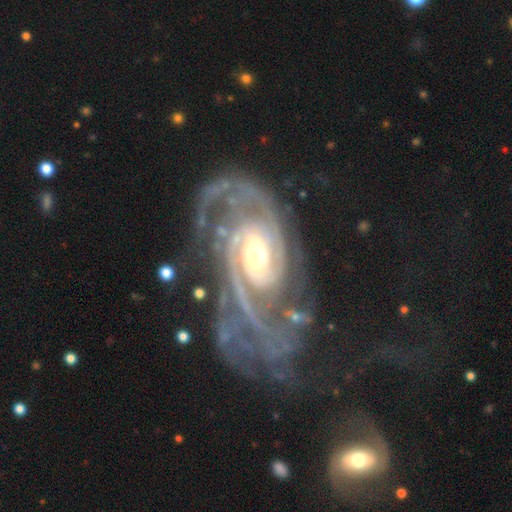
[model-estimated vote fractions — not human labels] This is clearly a featured or disk galaxy (92%). It is clearly not viewed edge-on (97%). Bar: possibly no (53%). Spiral arm pattern: clearly yes (98%). Spiral arm count: marginally 2 (43%). Spiral winding: possibly tight (57%). Central bulge: likely moderate (67%). Merging: possibly none (49%).